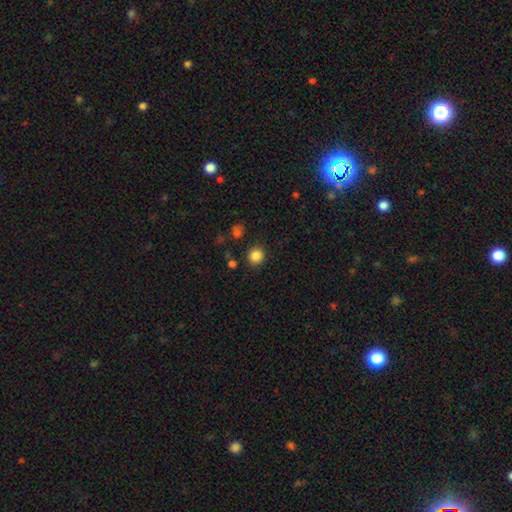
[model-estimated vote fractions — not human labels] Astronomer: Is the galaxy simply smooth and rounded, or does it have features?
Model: smooth — 85%.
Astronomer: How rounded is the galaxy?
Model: round — 83%.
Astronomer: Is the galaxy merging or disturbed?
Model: none — 87%.